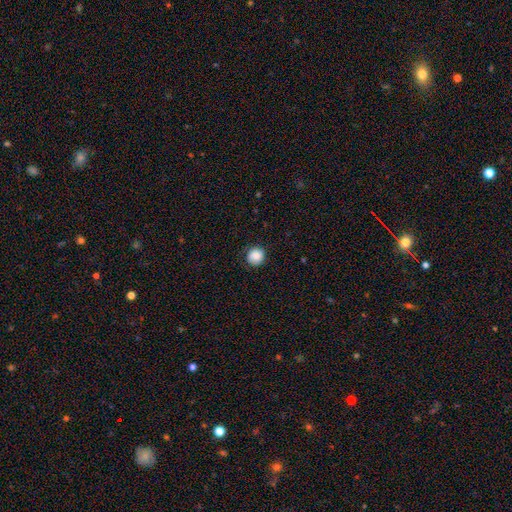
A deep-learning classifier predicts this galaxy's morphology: Smooth or featured: smooth — 85% (star or artifact — 9%)
How rounded: round — 91% (in between — 9%)
Merging: none — 82% (minor disturbance — 14%)